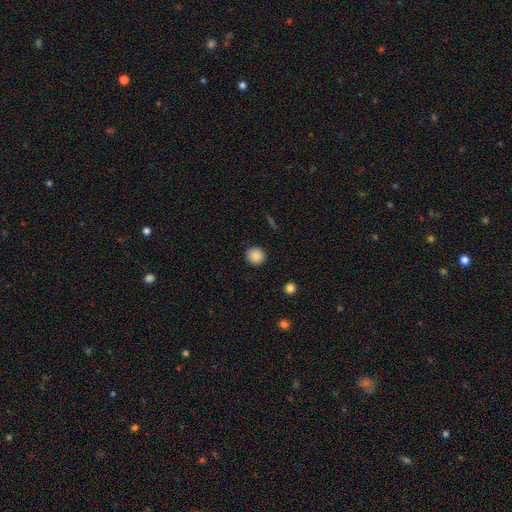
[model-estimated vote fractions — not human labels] Smooth or featured? smooth (88%)
How rounded? round (92%)
Merging? none (92%)